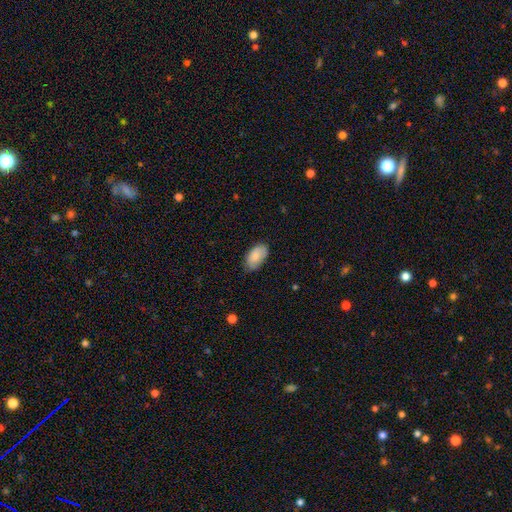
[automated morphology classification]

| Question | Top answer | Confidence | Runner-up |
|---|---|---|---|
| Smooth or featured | smooth | 84% | featured or disk (10%) |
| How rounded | in between | 94% | round (4%) |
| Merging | none | 72% | minor disturbance (23%) |